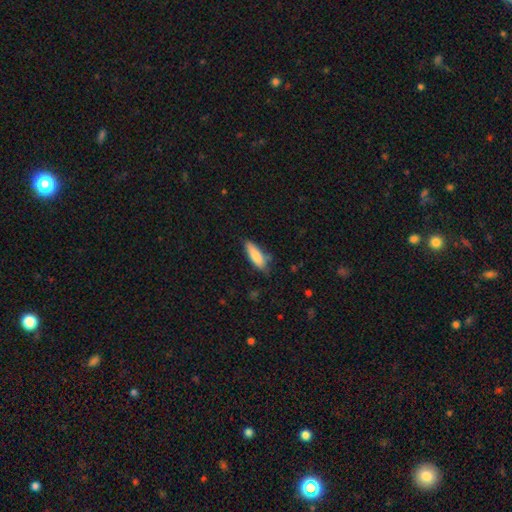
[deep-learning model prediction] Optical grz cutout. It shows a smooth galaxy with no disk features (84%) that is cigar-shaped (49%, tied with in between). Merging: none (72%).